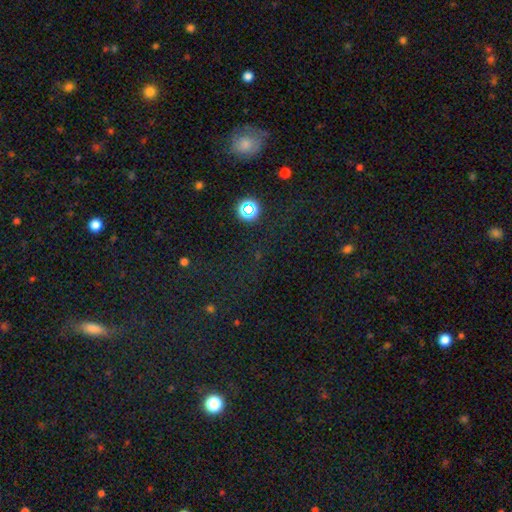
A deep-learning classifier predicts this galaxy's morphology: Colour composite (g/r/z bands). It shows a star or artifact, not a galaxy (57%).